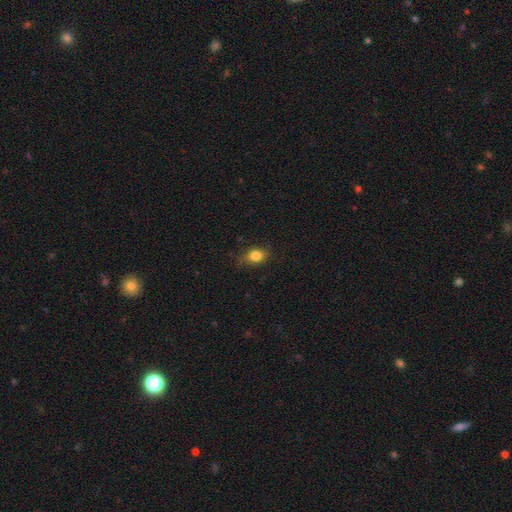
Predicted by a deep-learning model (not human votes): Smooth or featured?
  - smooth: 83% *
  - star or artifact: 10%
  - featured or disk: 7%
How rounded?
  - in between: 66% *
  - round: 32%
  - cigar-shaped: 2%
Merging?
  - none: 74% *
  - minor disturbance: 21%
  - major disturbance: 5%
  - merger: 1%